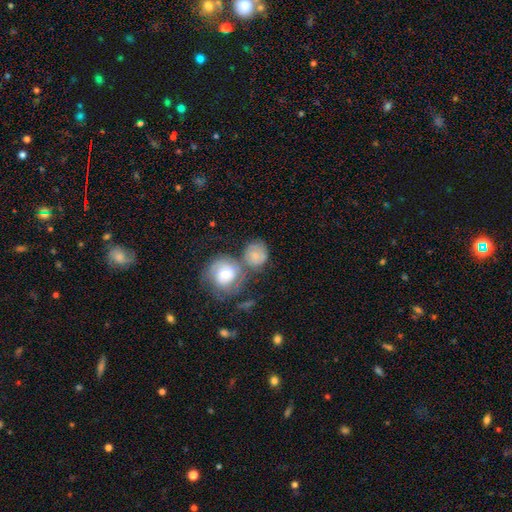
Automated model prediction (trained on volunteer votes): Morphology: type=smooth (50%); roundness=round (78%); merging=none (38%, tied with merger).